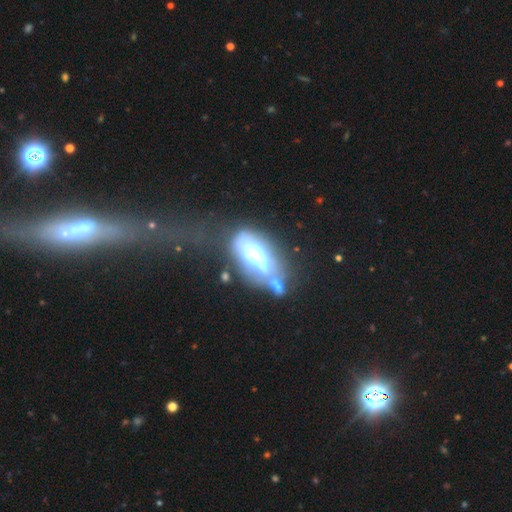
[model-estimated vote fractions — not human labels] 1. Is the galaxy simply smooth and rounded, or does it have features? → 53% featured or disk, 32% smooth, 15% star or artifact.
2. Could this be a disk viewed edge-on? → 75% no, 25% yes.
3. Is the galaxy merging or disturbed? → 32% major disturbance, 28% none, 23% merger, 16% minor disturbance.